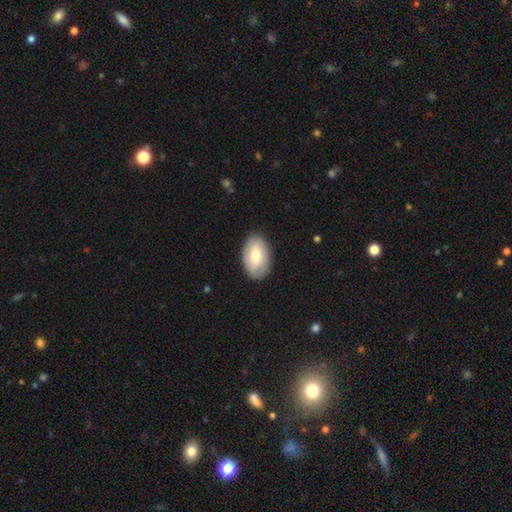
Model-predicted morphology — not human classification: The model was most divided on "smooth or featured": smooth: 73%, featured or disk: 21%, star or artifact: 6%. More confident: how rounded — in between (92%); merging — none (87%).